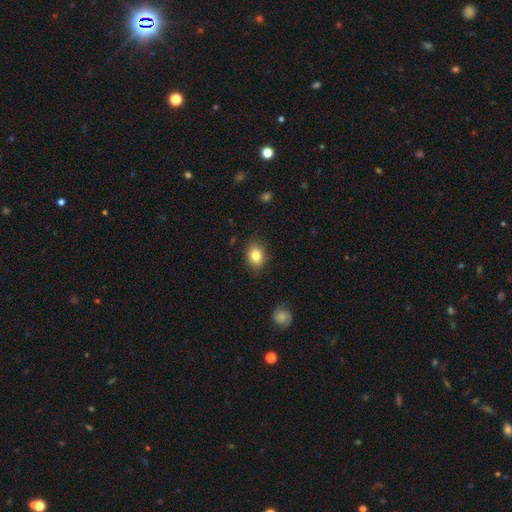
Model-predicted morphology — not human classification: Smooth or featured? smooth (82%)
How rounded? in between (56%)
Merging? none (83%)